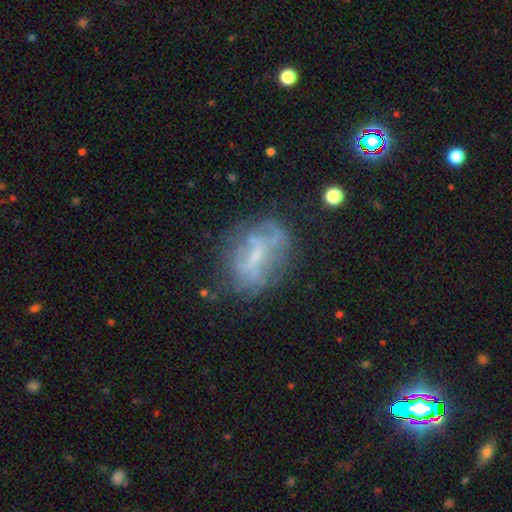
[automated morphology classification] The model was most divided on "bar": no: 41%, weak: 38%, strong: 21%. Remaining: edge-on disk — no (94%); spiral arms — no (72%); smooth or featured — featured or disk (57%); merging — none (54%); bulge size — none (39%).